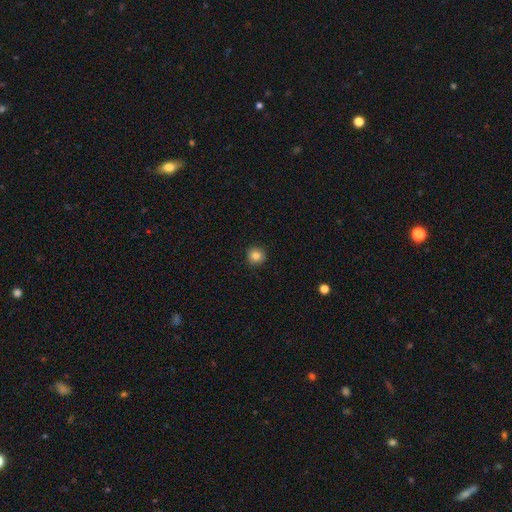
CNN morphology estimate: The model was most divided on "smooth or featured": smooth: 84%, star or artifact: 10%, featured or disk: 5%. More confident: how rounded — round (94%); merging — none (92%).